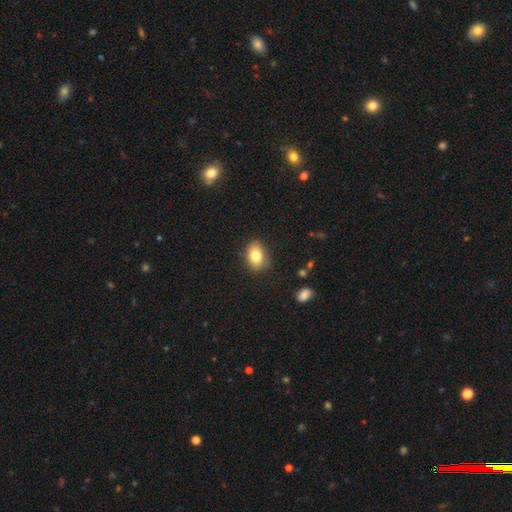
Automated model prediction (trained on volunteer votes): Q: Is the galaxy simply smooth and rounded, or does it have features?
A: smooth — 81%.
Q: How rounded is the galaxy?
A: in between — 79%.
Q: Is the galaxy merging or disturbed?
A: none — 79%.